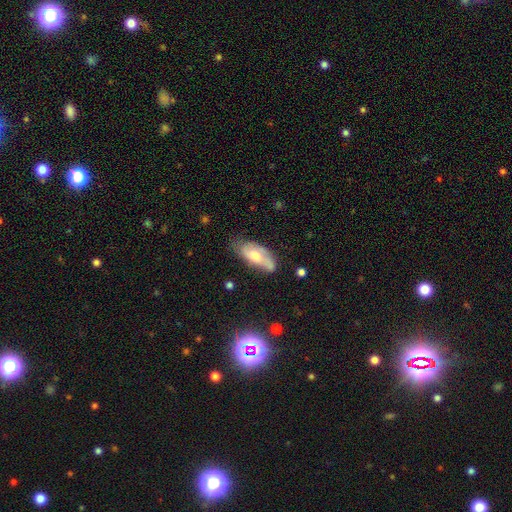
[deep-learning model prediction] A smooth galaxy with no disk features (52%) that is in between round and cigar-shaped (82%).

Vote fractions:
- Smooth or featured? smooth: 52% / featured or disk: 42% / star or artifact: 7%
- How rounded? in between: 82% / cigar-shaped: 16% / round: 2%
- Merging? none: 50% / minor disturbance: 33% / major disturbance: 12% / merger: 5%